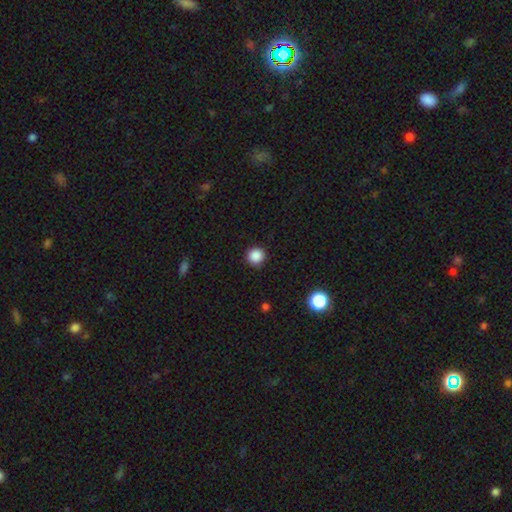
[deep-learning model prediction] Smooth or featured?
  - smooth: 87% *
  - star or artifact: 11%
  - featured or disk: 3%
How rounded?
  - round: 95% *
  - in between: 5%
  - cigar-shaped: 1%
Merging?
  - none: 90% *
  - minor disturbance: 7%
  - major disturbance: 2%
  - merger: 1%